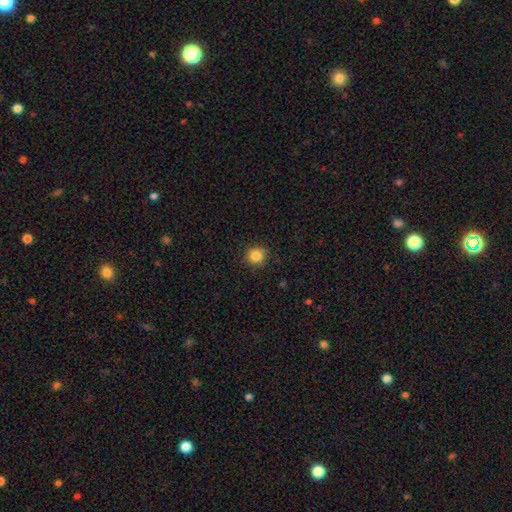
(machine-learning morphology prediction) smooth 85%, star or artifact 11%, featured or disk 4%. Down the decision tree: how rounded — round (92%); merging — none (90%).